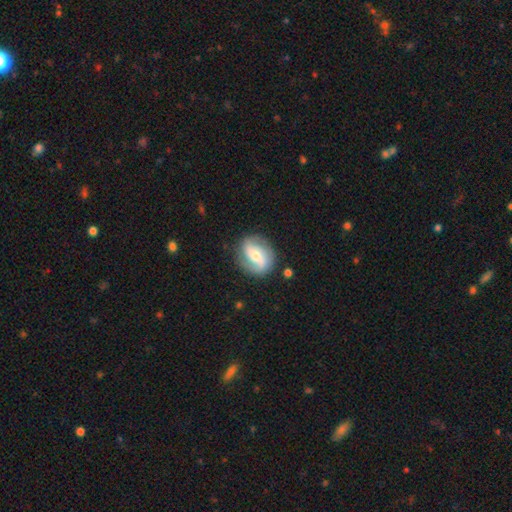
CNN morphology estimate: smooth-or-featured: featured or disk: 68% | smooth: 25% | star or artifact: 6%
  disk-edge-on: no: 96% | yes: 4%
    bar: weak: 36% | no: 32% | strong: 31%
    has-spiral-arms: yes: 86% | no: 14%
      spiral-winding: medium: 39% | loose: 37% | tight: 24%
      spiral-arm-count: 2: 84% | can't tell: 8% | 1: 3% | 3: 3% | 4: 1% | more than 4: 1%
    bulge-size: moderate: 56% | small: 36% | large: 5% | none: 1% | dominant: 1%
  merging: none: 81% | minor disturbance: 12% | major disturbance: 5% | merger: 2%